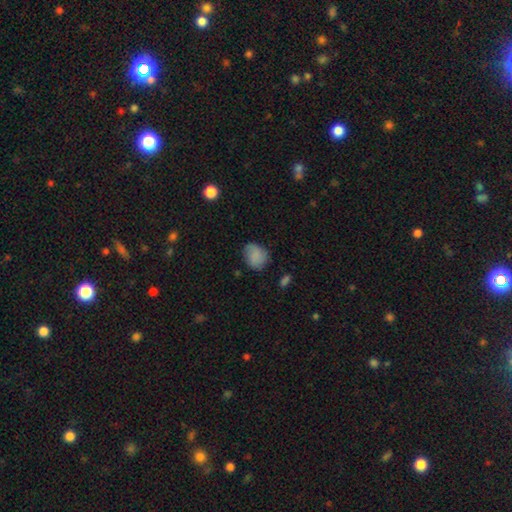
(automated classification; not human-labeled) This is likely a smooth galaxy (76%). How rounded: likely round (62%). Merging: likely none (72%).